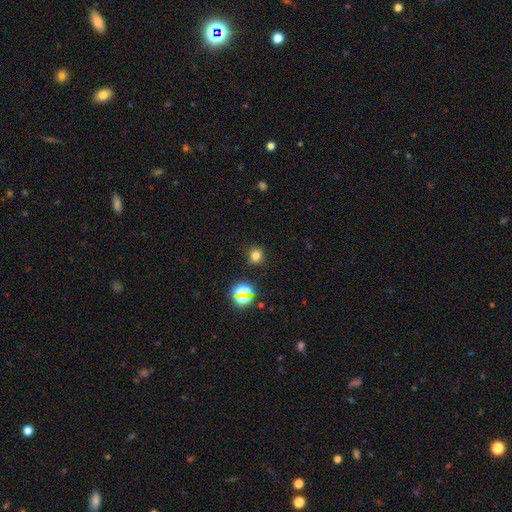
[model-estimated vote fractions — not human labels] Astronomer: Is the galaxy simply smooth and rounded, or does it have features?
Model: smooth — 71%.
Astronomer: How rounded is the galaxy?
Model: round — 86%.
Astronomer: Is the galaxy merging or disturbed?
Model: none — 86%.